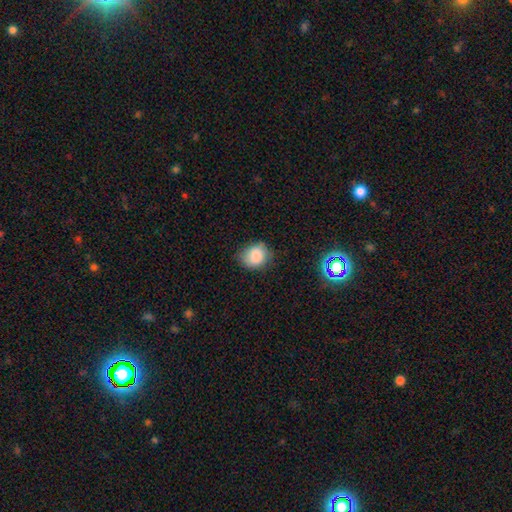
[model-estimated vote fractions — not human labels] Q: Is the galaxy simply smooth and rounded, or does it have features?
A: smooth — 82%.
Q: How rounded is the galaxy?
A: round — 64%.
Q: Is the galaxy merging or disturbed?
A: none — 70%.